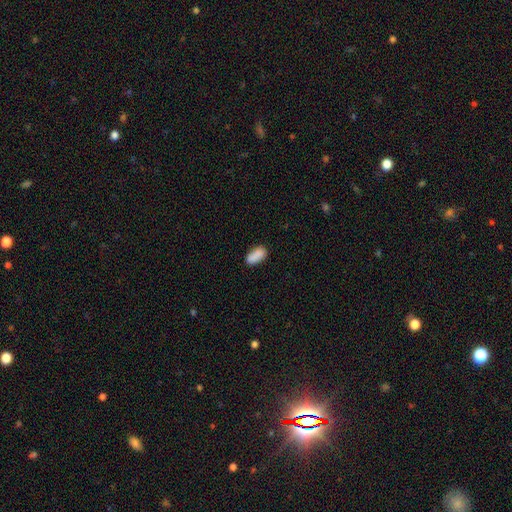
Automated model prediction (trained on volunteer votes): smooth 87%, star or artifact 8%, featured or disk 5%. Down the decision tree: how rounded — in between (89%); merging — none (77%).